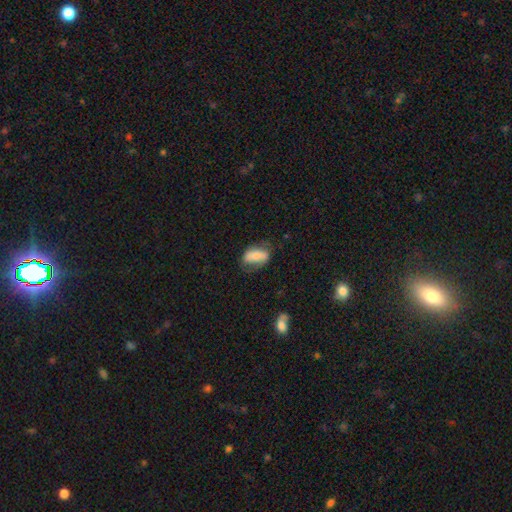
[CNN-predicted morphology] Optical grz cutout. It shows a smooth galaxy with no disk features (68%) that is in between round and cigar-shaped (88%). Merging: none (51%).